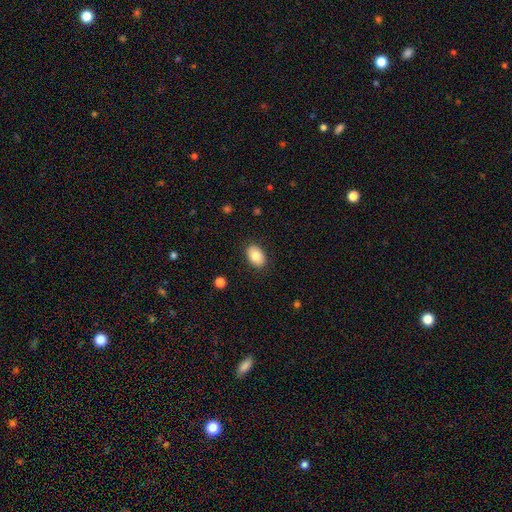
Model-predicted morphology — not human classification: This appears to be a smooth galaxy with no disk features (83%) that is in between round and cigar-shaped (87%). Merging: none (88%).